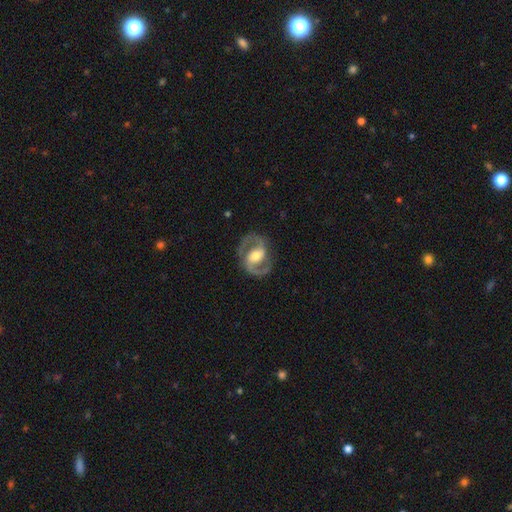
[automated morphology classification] Smooth or featured: featured or disk — 89% (smooth — 7%)
Edge-on disk: no — 98% (yes — 2%)
Bar: weak — 42% (strong — 33%)
Spiral arms: yes — 96% (no — 4%)
Spiral winding: medium — 63% (tight — 21%)
Spiral arm count: 2 — 93% (can't tell — 2%)
Bulge size: moderate — 64% (small — 18%)
Merging: none — 83% (minor disturbance — 11%)